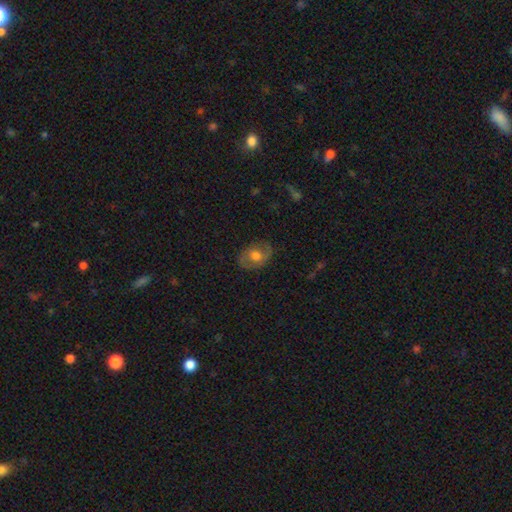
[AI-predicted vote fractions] smooth-or-featured: featured or disk: 47% | smooth: 45% | star or artifact: 8%
  merging: none: 78% | minor disturbance: 16% | major disturbance: 6% | merger: 1%